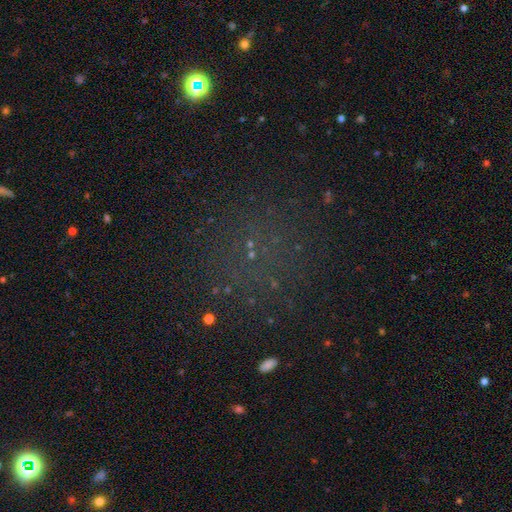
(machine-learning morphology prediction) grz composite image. It shows a star or artifact, not a galaxy (51%).